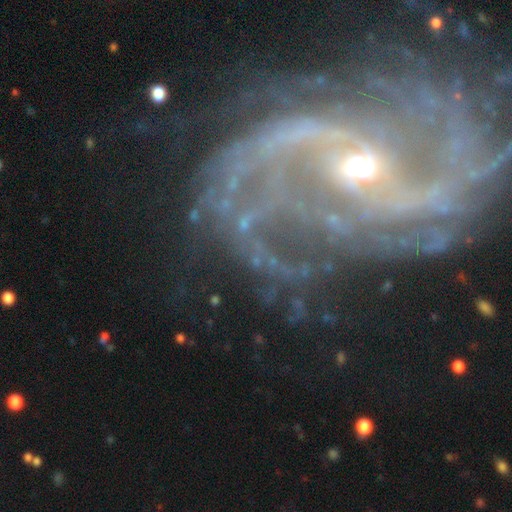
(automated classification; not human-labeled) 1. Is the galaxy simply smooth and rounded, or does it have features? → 90% featured or disk, 7% star or artifact, 3% smooth.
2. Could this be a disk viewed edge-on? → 97% no, 3% yes.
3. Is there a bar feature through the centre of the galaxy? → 39% weak, 31% strong, 30% no.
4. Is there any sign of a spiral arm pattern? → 97% yes, 3% no.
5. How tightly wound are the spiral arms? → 45% medium, 28% tight, 27% loose.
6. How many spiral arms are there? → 52% 2, 13% can't tell, 12% 3, 8% 4, 8% more than 4, 7% 1.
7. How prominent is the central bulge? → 65% small, 31% moderate, 2% large, 1% none, 1% dominant.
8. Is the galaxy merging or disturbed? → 66% none, 16% minor disturbance, 15% major disturbance, 3% merger.